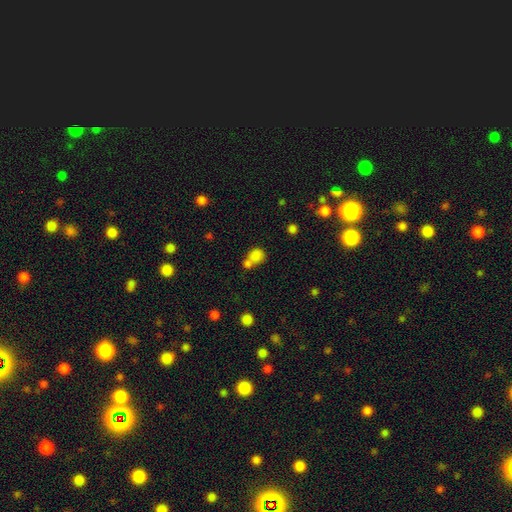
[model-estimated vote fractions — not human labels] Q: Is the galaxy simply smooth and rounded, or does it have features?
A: smooth — 81%.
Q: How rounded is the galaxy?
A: round — 70%.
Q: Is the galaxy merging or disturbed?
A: merger — 48%.